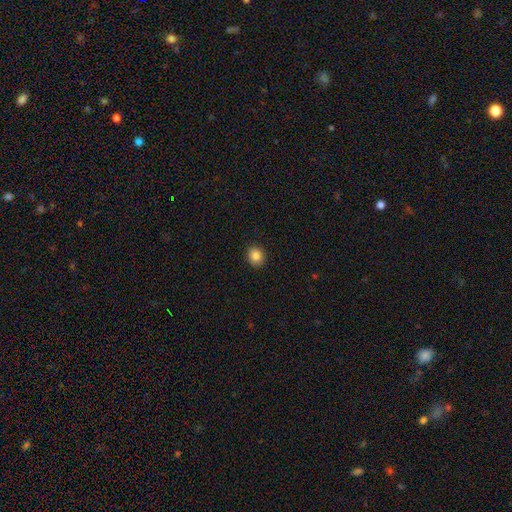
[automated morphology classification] The model was most divided on "how rounded": round: 81%, in between: 18%, cigar-shaped: 1%. More confident: merging — none (91%); smooth or featured — smooth (84%).